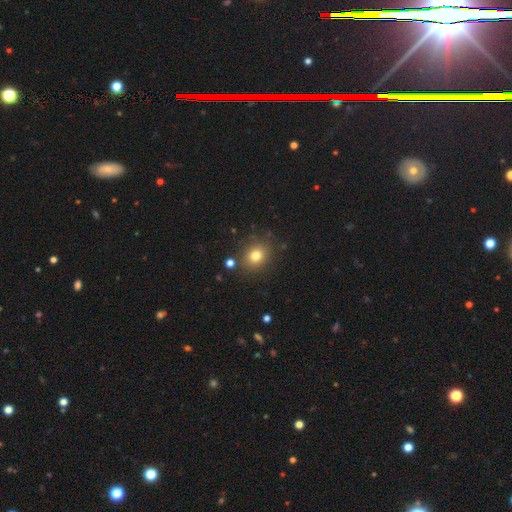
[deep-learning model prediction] Q: Smooth or featured?
A: smooth (78%); runner-up: star or artifact (13%)
Q: How rounded?
A: round (66%); runner-up: in between (33%)
Q: Merging?
A: none (84%); runner-up: minor disturbance (9%)